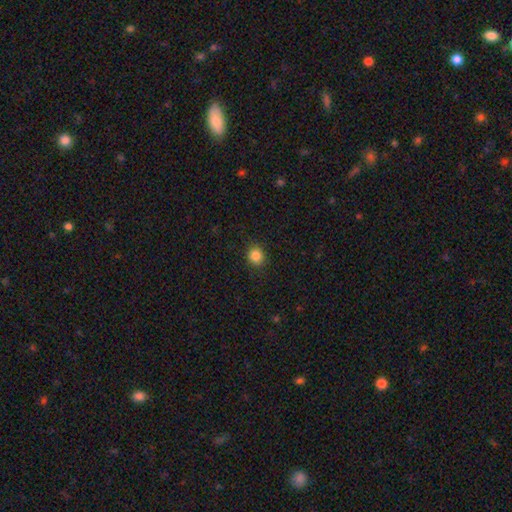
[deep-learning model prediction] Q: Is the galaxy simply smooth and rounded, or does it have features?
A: smooth — 84%.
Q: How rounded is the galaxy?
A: round — 84%.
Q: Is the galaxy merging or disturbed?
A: none — 90%.